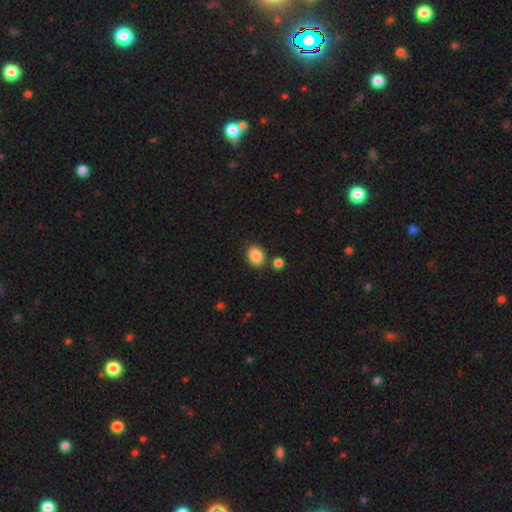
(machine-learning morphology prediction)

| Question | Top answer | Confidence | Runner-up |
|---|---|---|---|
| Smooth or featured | smooth | 88% | star or artifact (8%) |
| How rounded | in between | 65% | round (34%) |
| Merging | none | 78% | minor disturbance (11%) |